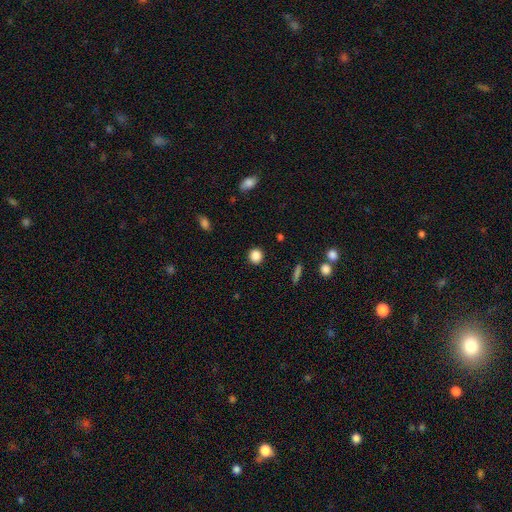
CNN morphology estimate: Smooth or featured? Predicted: smooth (p=0.86). How rounded? Predicted: round (p=0.87). Merging? Predicted: none (p=0.90).